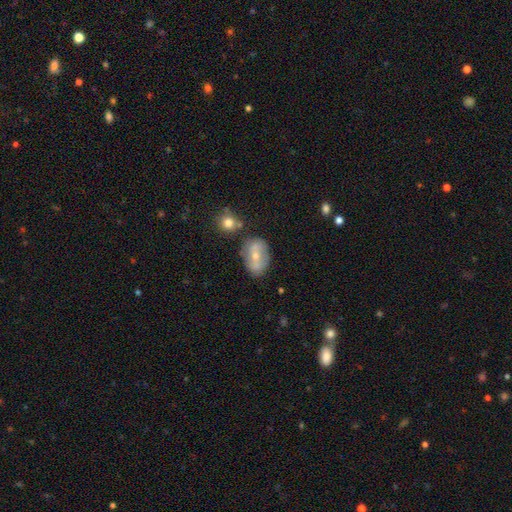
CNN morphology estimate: smooth-or-featured: smooth: 48% | featured or disk: 43% | star or artifact: 9%
  merging: none: 63% | minor disturbance: 17% | merger: 14% | major disturbance: 5%